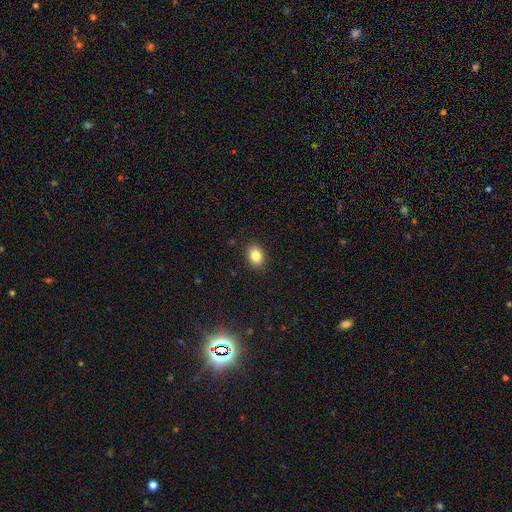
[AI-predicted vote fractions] The model was most divided on "how rounded": in between: 63%, round: 37%, cigar-shaped: 1%. More confident: merging — none (89%); smooth or featured — smooth (84%).